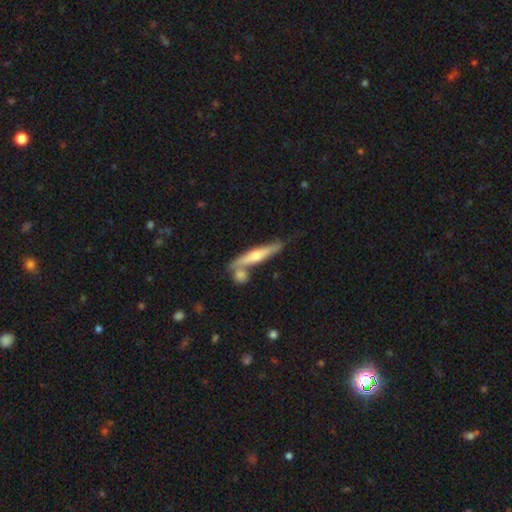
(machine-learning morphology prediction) Smooth or featured?
  - featured or disk: 59% *
  - smooth: 35%
  - star or artifact: 6%
Edge-on disk?
  - yes: 91% *
  - no: 9%
Edge-on bulge?
  - rounded: 86% *
  - none: 10%
  - boxy: 4%
Merging?
  - none: 67% *
  - merger: 17%
  - minor disturbance: 13%
  - major disturbance: 3%